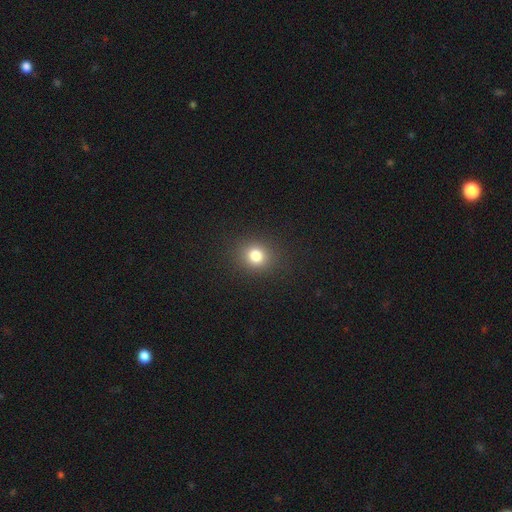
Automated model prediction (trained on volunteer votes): The model was most divided on "how rounded": round: 75%, in between: 24%, cigar-shaped: 1%. More confident: merging — none (89%); smooth or featured — smooth (80%).